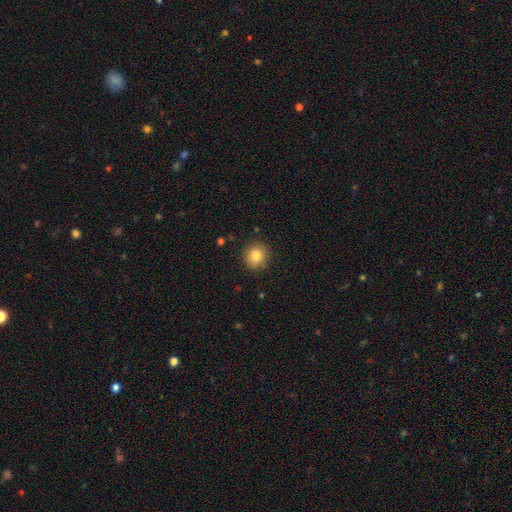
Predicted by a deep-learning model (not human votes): A smooth galaxy with no disk features (82%) that is round (89%).

Vote fractions:
- Smooth or featured? smooth: 82% / star or artifact: 10% / featured or disk: 7%
- How rounded? round: 89% / in between: 10% / cigar-shaped: 1%
- Merging? none: 89% / minor disturbance: 8% / major disturbance: 2% / merger: 1%